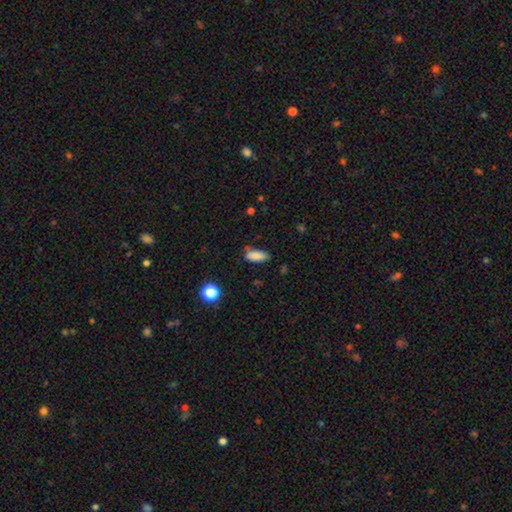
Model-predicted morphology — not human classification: smooth_or_featured: smooth (p=0.86) [alt: star or artifact p=0.09]
how_rounded: in between (p=0.82) [alt: cigar-shaped p=0.15]
merging: none (p=0.73) [alt: minor disturbance p=0.19]